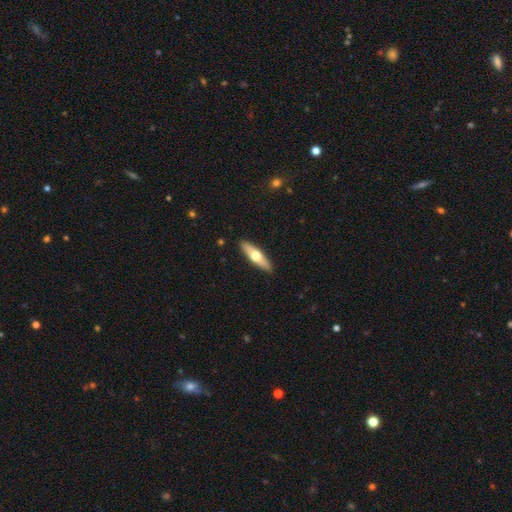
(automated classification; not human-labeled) Smooth or featured: smooth — 51% (featured or disk — 44%)
How rounded: cigar-shaped — 65% (in between — 33%)
Merging: none — 90% (minor disturbance — 7%)